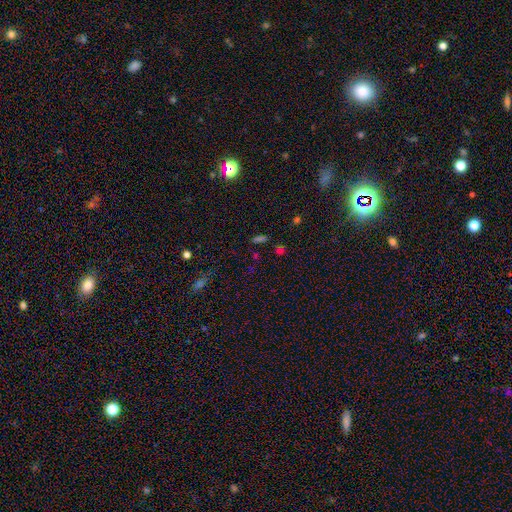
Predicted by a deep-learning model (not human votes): The model was most divided on "smooth or featured": smooth: 59%, star or artifact: 33%, featured or disk: 8%. More confident: merging — none (78%); how rounded — in between (58%).